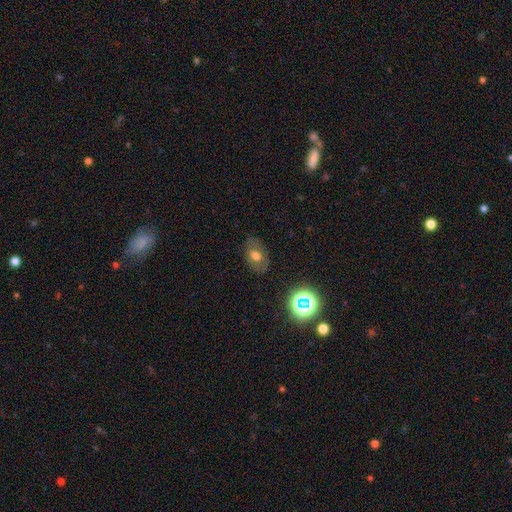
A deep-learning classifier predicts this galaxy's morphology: smooth_or_featured: smooth (p=0.56) [alt: featured or disk p=0.28]
how_rounded: in between (p=0.80) [alt: round p=0.19]
merging: none (p=0.77) [alt: minor disturbance p=0.16]